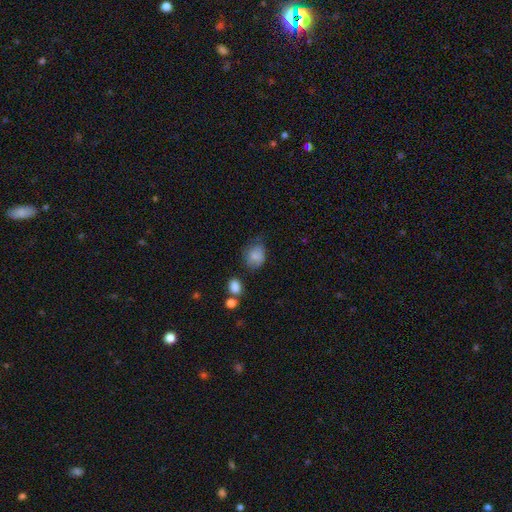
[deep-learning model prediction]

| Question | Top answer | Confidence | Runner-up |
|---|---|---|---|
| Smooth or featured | smooth | 81% | featured or disk (10%) |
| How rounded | round | 51% | in between (48%) |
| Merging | none | 52% | minor disturbance (33%) |